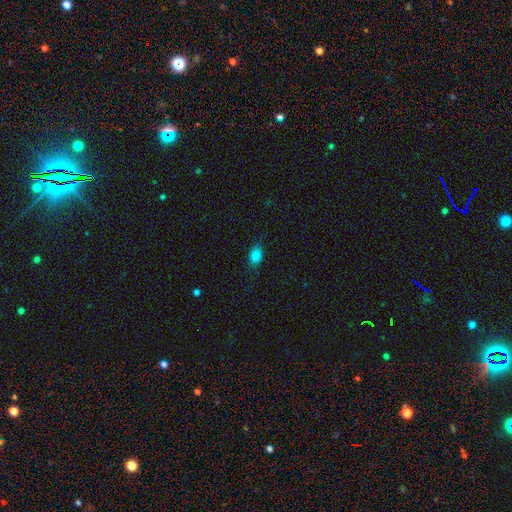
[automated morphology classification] The model was most divided on "how rounded": in between: 75%, round: 23%, cigar-shaped: 2%. More confident: smooth or featured — smooth (84%); merging — none (78%).